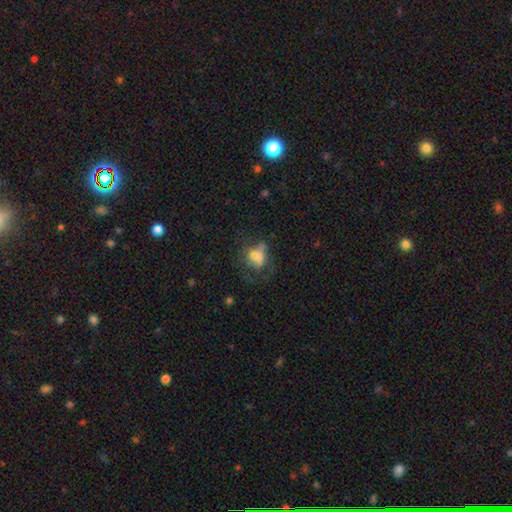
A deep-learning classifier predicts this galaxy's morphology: Smooth or featured?
  - smooth: 57% *
  - featured or disk: 28%
  - star or artifact: 15%
How rounded?
  - in between: 50% *
  - round: 48%
  - cigar-shaped: 2%
Merging?
  - none: 34% *
  - major disturbance: 29%
  - minor disturbance: 21%
  - merger: 16%